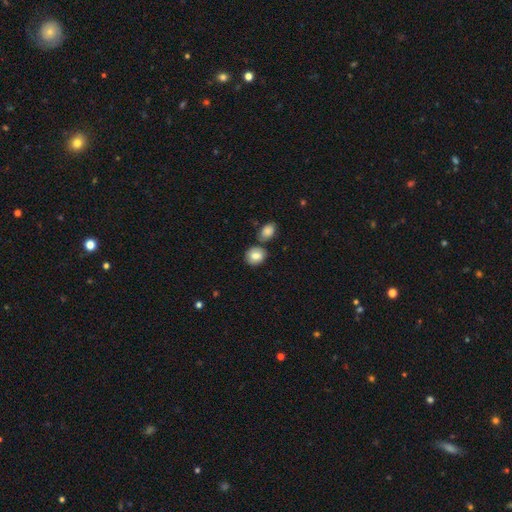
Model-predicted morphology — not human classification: A smooth galaxy with no disk features (82%) that is round (59%). Merging: none (64%).